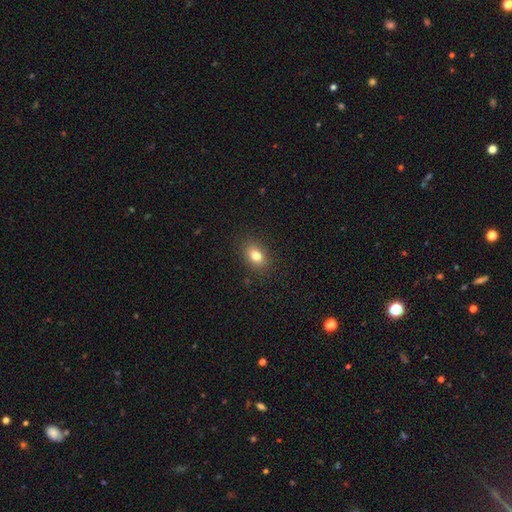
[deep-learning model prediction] smooth-or-featured: smooth: 79% | star or artifact: 11% | featured or disk: 10%
  how-rounded: in between: 77% | round: 22% | cigar-shaped: 2%
  merging: none: 87% | minor disturbance: 9% | major disturbance: 3% | merger: 1%